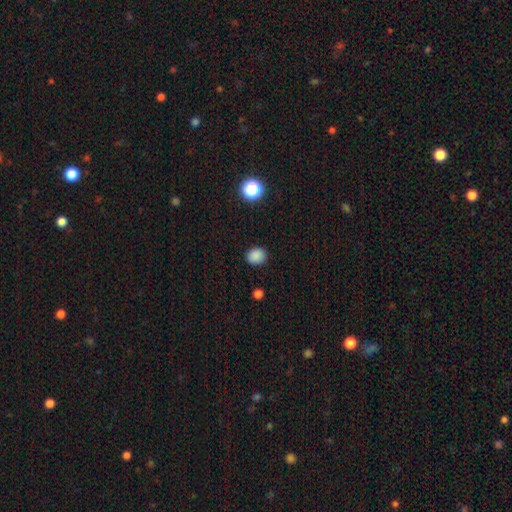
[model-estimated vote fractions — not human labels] The model was most divided on "how rounded": round: 56%, in between: 43%, cigar-shaped: 1%. More confident: merging — none (86%); smooth or featured — smooth (86%).